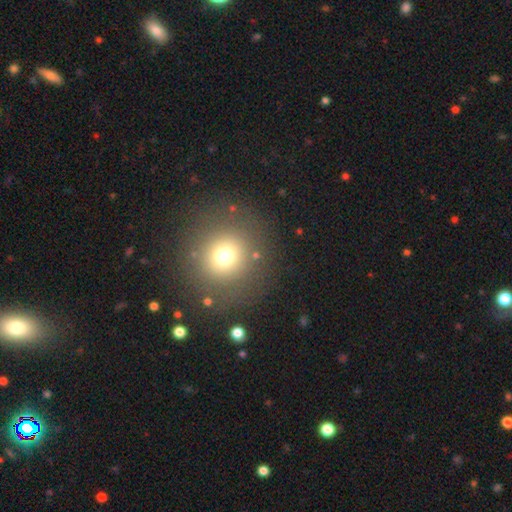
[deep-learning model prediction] Smooth or featured?
  - smooth: 70% *
  - star or artifact: 19%
  - featured or disk: 11%
How rounded?
  - round: 93% *
  - in between: 6%
  - cigar-shaped: 1%
Merging?
  - none: 85% *
  - minor disturbance: 7%
  - major disturbance: 5%
  - merger: 3%